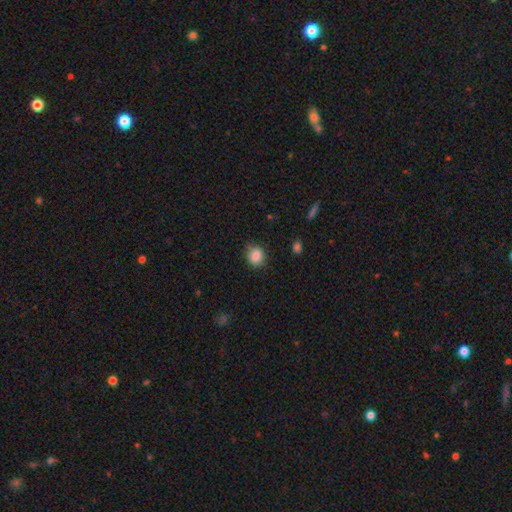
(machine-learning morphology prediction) smooth_or_featured: smooth (p=0.86) [alt: star or artifact p=0.10]
how_rounded: round (p=0.72) [alt: in between p=0.27]
merging: none (p=0.80) [alt: minor disturbance p=0.15]